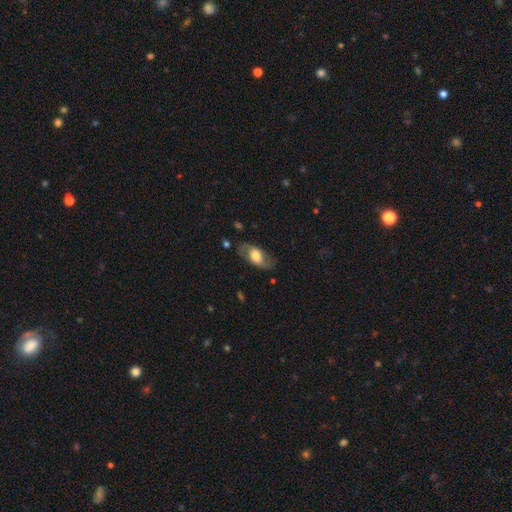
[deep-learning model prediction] Overall: featured or disk (52%; smooth 41%). Edge-on disk: no (84%). Merging: none (74%).